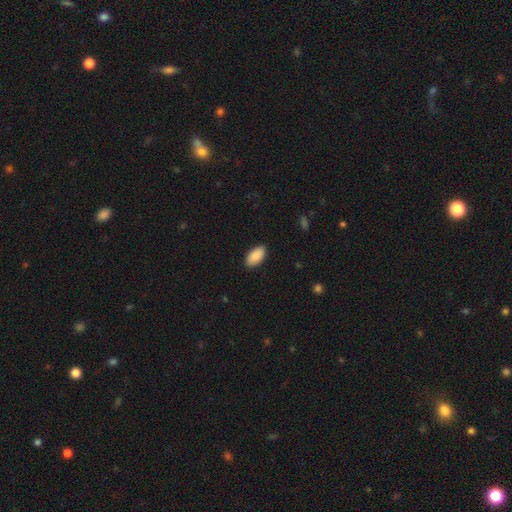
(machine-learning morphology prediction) Q: Smooth or featured?
A: smooth (89%); runner-up: star or artifact (6%)
Q: How rounded?
A: in between (95%); runner-up: cigar-shaped (3%)
Q: Merging?
A: none (89%); runner-up: minor disturbance (8%)